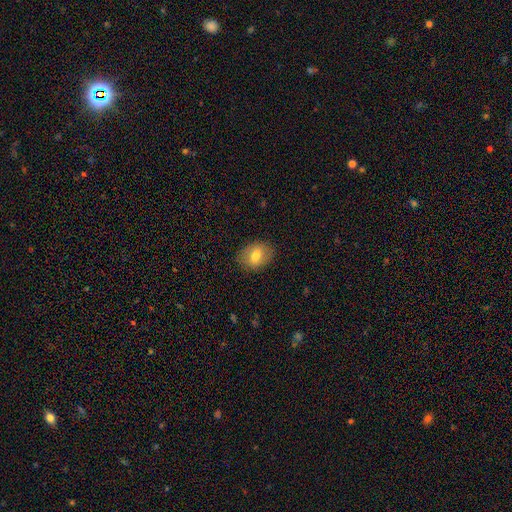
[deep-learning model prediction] Overall: smooth (72%). How rounded: in between (64%; round 35%). Merging: none (86%).